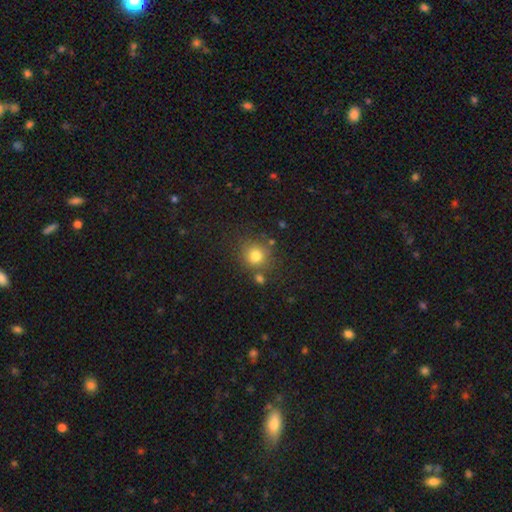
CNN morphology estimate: Smooth or featured?
  - smooth: 79% *
  - star or artifact: 13%
  - featured or disk: 8%
How rounded?
  - round: 87% *
  - in between: 12%
  - cigar-shaped: 1%
Merging?
  - none: 72% *
  - minor disturbance: 12%
  - merger: 11%
  - major disturbance: 5%